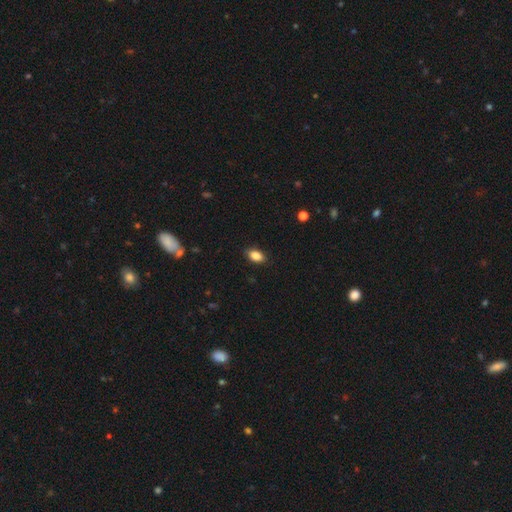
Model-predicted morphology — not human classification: This is clearly a smooth galaxy (87%). How rounded: clearly in between (89%). Merging: clearly none (87%).